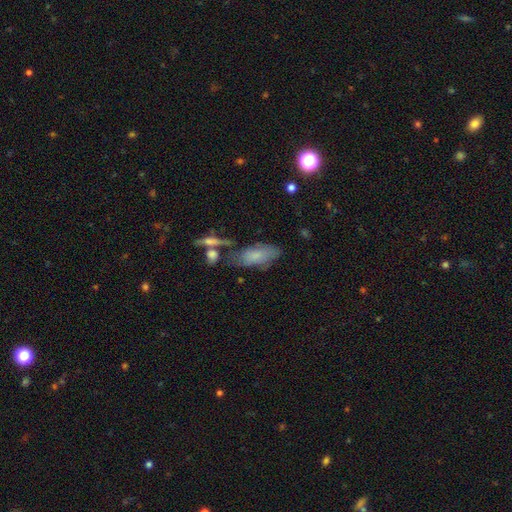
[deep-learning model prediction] Smooth or featured?
  - smooth: 70% *
  - featured or disk: 22%
  - star or artifact: 8%
How rounded?
  - in between: 84% *
  - cigar-shaped: 13%
  - round: 3%
Merging?
  - none: 52% *
  - minor disturbance: 23%
  - merger: 15%
  - major disturbance: 10%